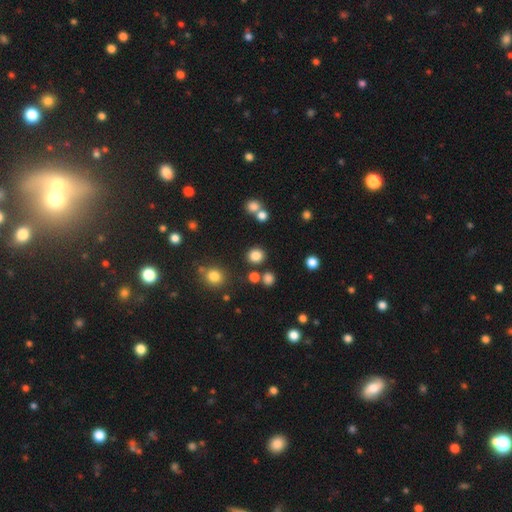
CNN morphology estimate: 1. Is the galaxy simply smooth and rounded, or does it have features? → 81% smooth, 14% star or artifact, 5% featured or disk.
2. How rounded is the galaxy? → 86% round, 13% in between, 1% cigar-shaped.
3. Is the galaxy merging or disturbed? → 83% none, 8% minor disturbance, 6% merger, 3% major disturbance.